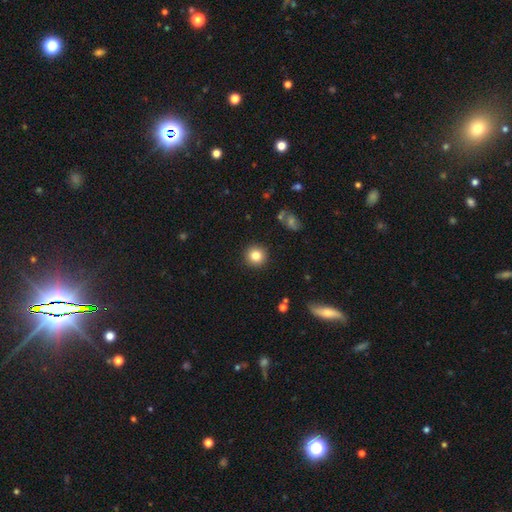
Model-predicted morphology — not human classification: Overall: smooth (83%). How rounded: round (94%). Merging: none (91%).